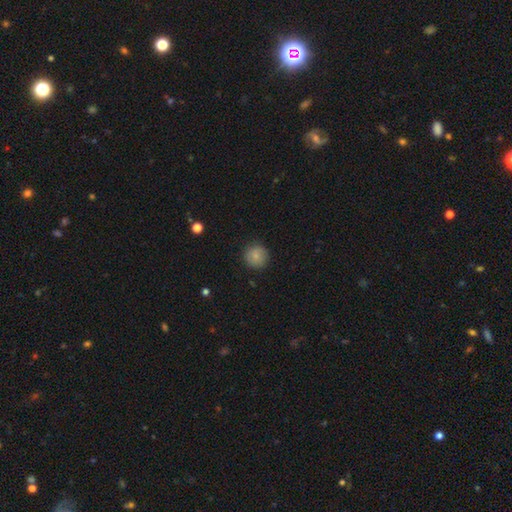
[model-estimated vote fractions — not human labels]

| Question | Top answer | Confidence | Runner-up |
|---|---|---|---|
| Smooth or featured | smooth | 82% | featured or disk (9%) |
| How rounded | round | 93% | in between (6%) |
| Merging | none | 86% | minor disturbance (10%) |